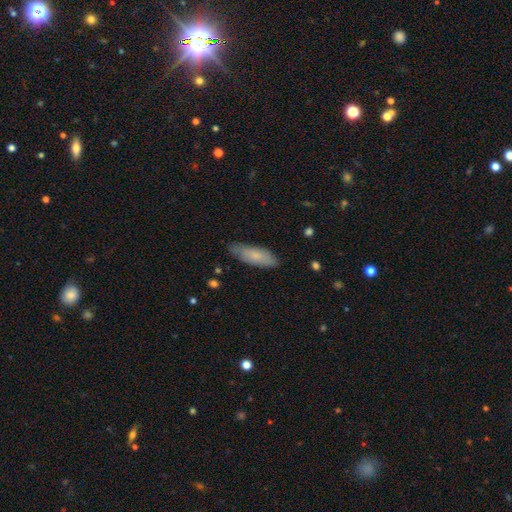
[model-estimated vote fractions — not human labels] smooth_or_featured: smooth (p=0.73) [alt: featured or disk p=0.21]
how_rounded: in between (p=0.54) [alt: cigar-shaped p=0.45]
merging: none (p=0.78) [alt: minor disturbance p=0.18]